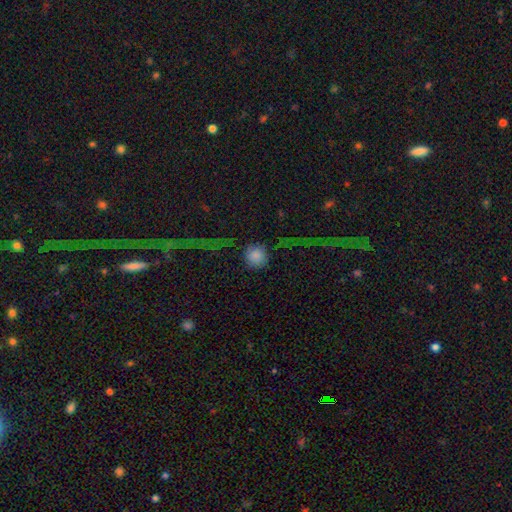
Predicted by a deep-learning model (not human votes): This appears to be a smooth galaxy with no disk features (79%) that is round (94%). Merging: none (72%).